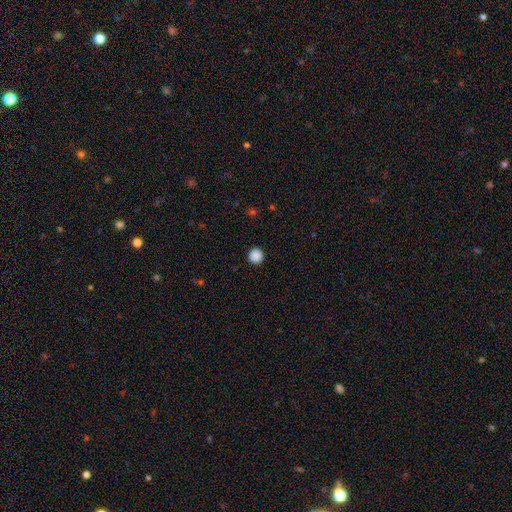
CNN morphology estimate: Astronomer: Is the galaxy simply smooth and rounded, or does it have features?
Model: smooth — 89%.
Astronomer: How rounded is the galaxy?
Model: round — 95%.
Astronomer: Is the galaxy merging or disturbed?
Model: none — 93%.